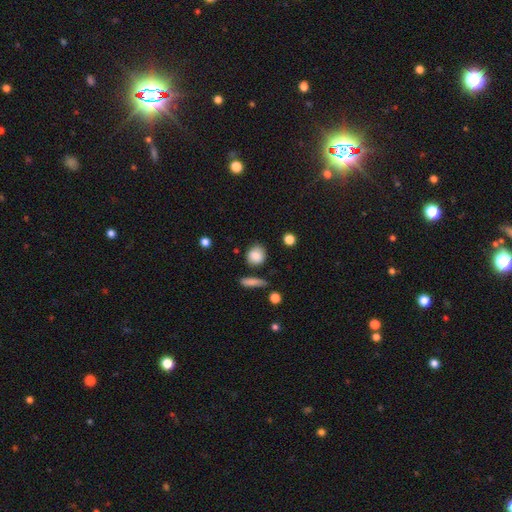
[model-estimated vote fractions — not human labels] Q: Smooth or featured?
A: smooth (85%); runner-up: star or artifact (8%)
Q: How rounded?
A: round (76%); runner-up: in between (22%)
Q: Merging?
A: none (76%); runner-up: minor disturbance (15%)